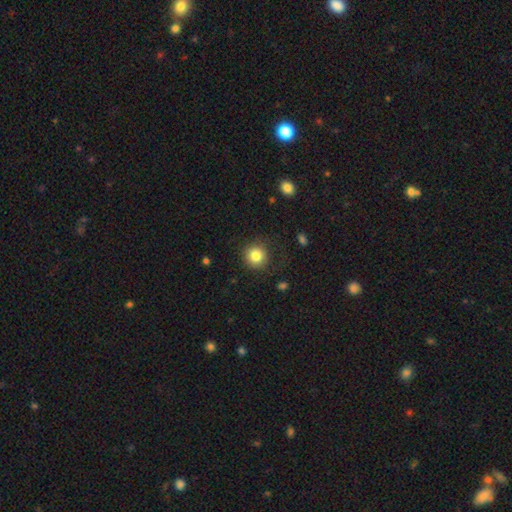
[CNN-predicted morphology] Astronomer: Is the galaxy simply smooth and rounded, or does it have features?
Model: smooth — 83%.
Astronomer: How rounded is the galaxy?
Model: round — 92%.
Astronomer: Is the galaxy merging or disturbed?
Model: none — 83%.